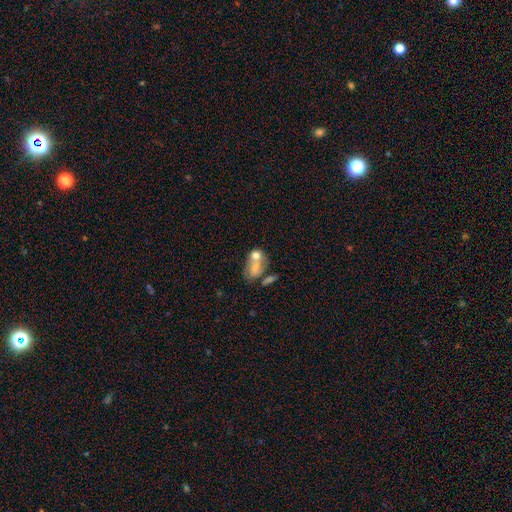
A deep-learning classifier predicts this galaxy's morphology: Smooth or featured?
  - smooth: 65% *
  - featured or disk: 26%
  - star or artifact: 9%
How rounded?
  - in between: 72% *
  - round: 26%
  - cigar-shaped: 2%
Merging?
  - merger: 59% *
  - none: 21%
  - minor disturbance: 11%
  - major disturbance: 10%